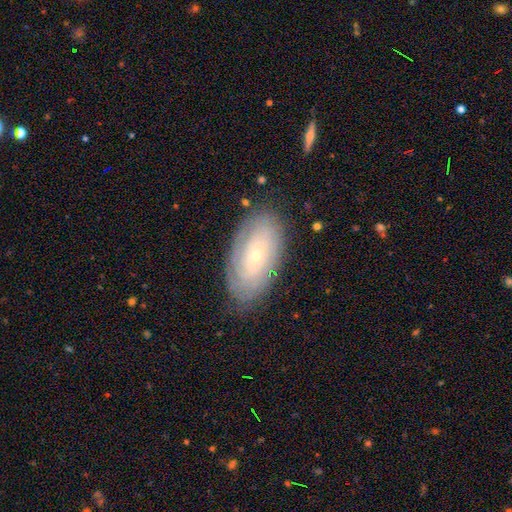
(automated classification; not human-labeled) smooth_or_featured: featured or disk (p=0.65) [alt: smooth p=0.27]
disk_edge_on: no (p=0.93) [alt: yes p=0.07]
bar: no (p=0.82) [alt: weak p=0.14]
has_spiral_arms: yes (p=0.78) [alt: no p=0.22]
bulge_size: small (p=0.83) [alt: moderate p=0.14]
merging: none (p=0.80) [alt: minor disturbance p=0.15]